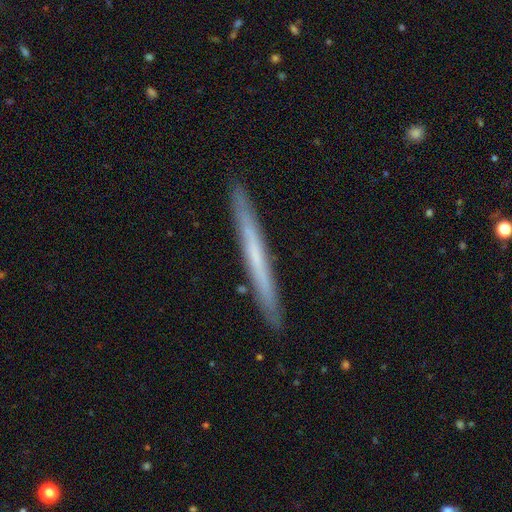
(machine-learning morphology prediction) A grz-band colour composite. It shows a featured or disk galaxy (48%). Merging: none (91%).